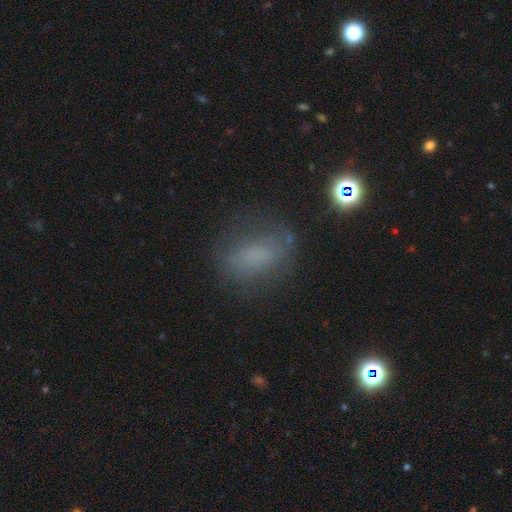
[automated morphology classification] smooth 65%, star or artifact 20%, featured or disk 15%. Down the decision tree: how rounded — in between (76%); merging — none (67%).